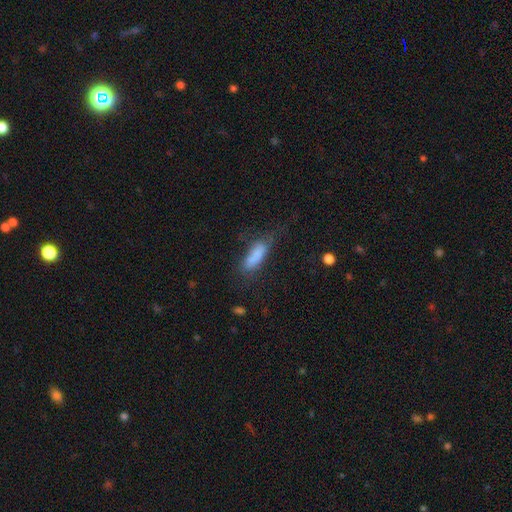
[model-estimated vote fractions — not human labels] Smooth or featured: smooth — 75% (featured or disk — 16%)
How rounded: in between — 65% (cigar-shaped — 33%)
Merging: none — 49% (minor disturbance — 27%)